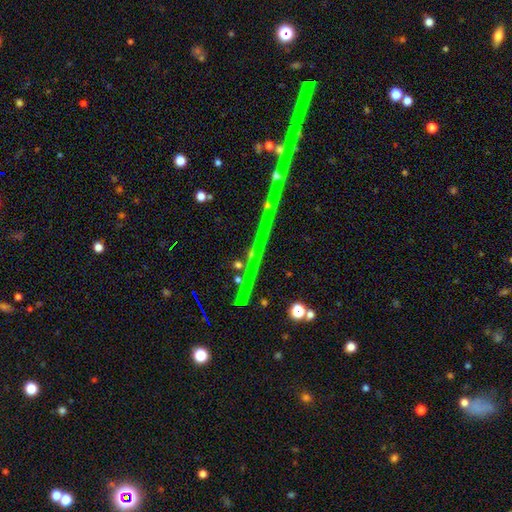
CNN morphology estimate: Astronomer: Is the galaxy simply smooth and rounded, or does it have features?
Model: star or artifact — 74%.